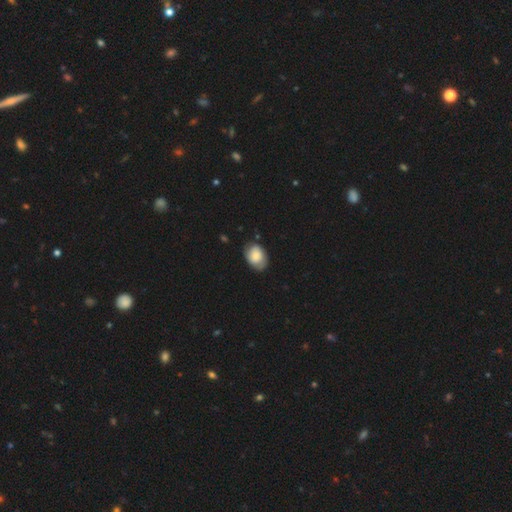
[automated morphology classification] smooth-or-featured: smooth: 68% | featured or disk: 25% | star or artifact: 7%
  how-rounded: in between: 76% | round: 23% | cigar-shaped: 1%
  merging: none: 72% | minor disturbance: 22% | major disturbance: 5% | merger: 2%